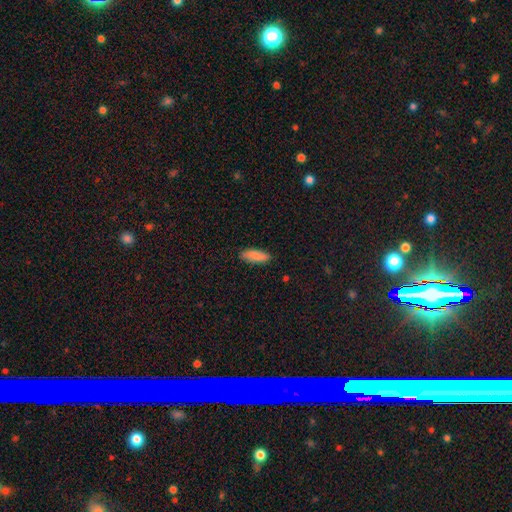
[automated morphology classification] A smooth galaxy with no disk features (88%) that is in between round and cigar-shaped (65%). Merging: none (87%).